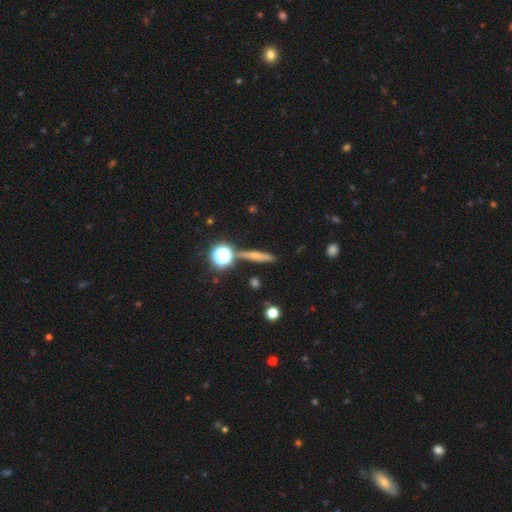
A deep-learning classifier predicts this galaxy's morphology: Smooth or featured? smooth (52%)
How rounded? cigar-shaped (75%)
Merging? none (81%)